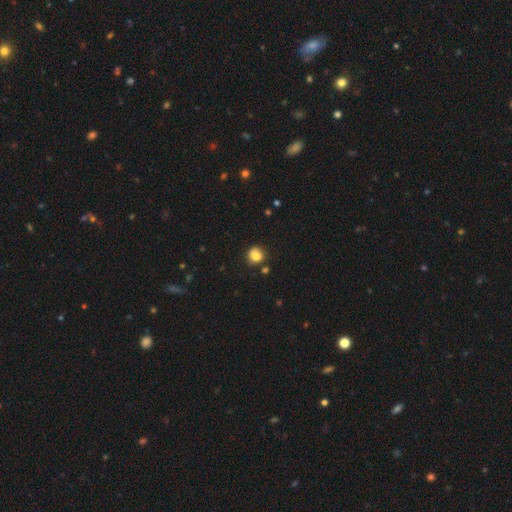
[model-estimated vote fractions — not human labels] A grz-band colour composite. It shows a smooth galaxy with no disk features (81%) that is round (75%). Merging: none (66%).